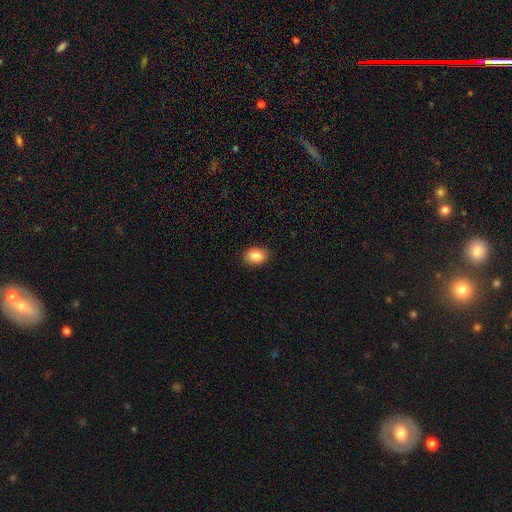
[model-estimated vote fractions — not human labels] Smooth or featured? Predicted: smooth (p=0.87). How rounded? Predicted: in between (p=0.72). Merging? Predicted: none (p=0.87).